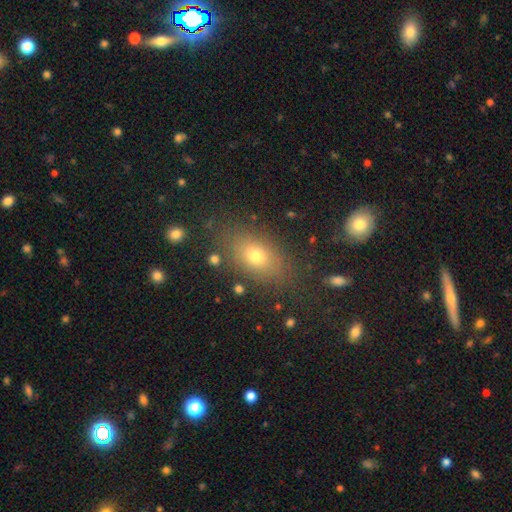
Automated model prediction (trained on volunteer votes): Morphology: type=smooth (70%); roundness=in between (81%); merging=none (81%).